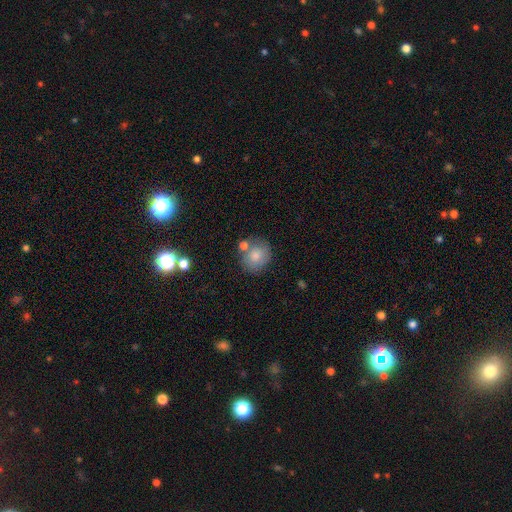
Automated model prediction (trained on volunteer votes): smooth 80%, featured or disk 12%, star or artifact 8%. Down the decision tree: how rounded — round (82%); merging — none (62%).